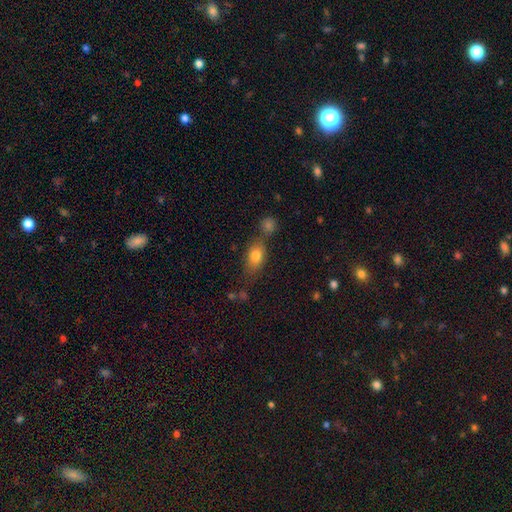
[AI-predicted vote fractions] This is likely a smooth galaxy (76%). How rounded: clearly in between (81%). Merging: possibly none (57%).